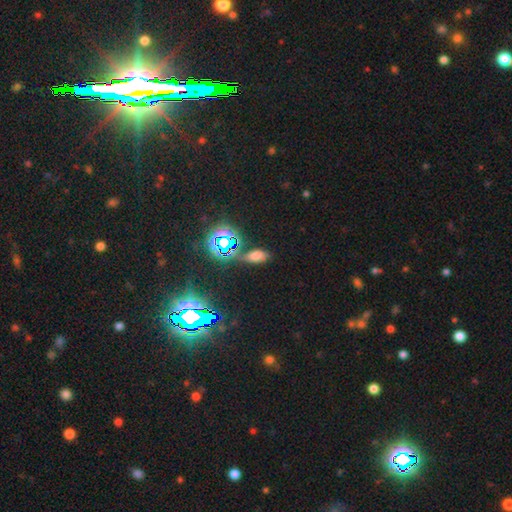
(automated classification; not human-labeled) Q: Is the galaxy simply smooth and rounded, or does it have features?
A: smooth — 51%.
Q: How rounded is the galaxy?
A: in between — 84%.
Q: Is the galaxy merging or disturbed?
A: none — 66%.